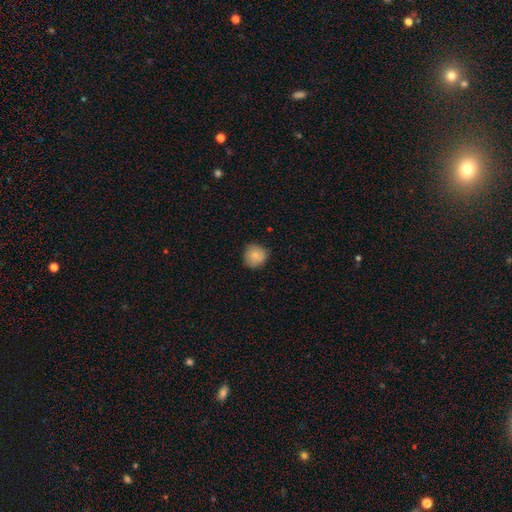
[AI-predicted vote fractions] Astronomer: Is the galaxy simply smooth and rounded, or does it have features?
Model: smooth — 80%.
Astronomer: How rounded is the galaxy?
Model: round — 89%.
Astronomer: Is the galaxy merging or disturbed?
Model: none — 80%.